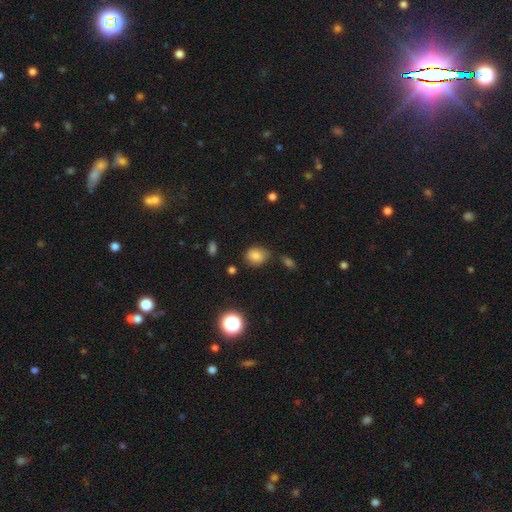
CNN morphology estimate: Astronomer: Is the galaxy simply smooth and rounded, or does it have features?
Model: smooth — 80%.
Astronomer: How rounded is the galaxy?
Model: round — 57% (runner-up: in between, 41%).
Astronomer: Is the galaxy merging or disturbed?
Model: none — 67%.